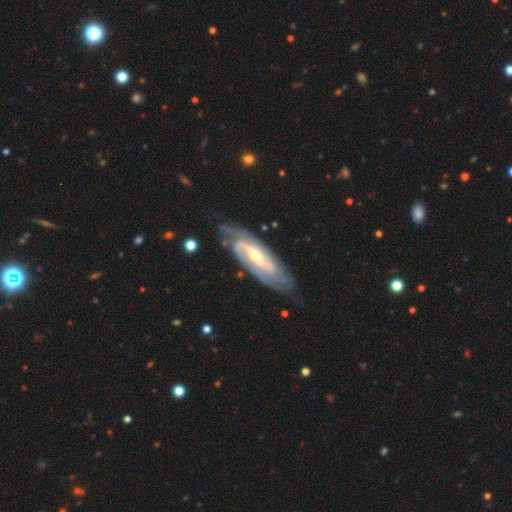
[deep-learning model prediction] The model was most divided on "bar": strong: 42%, weak: 38%, no: 20%. Remaining: spiral arms — yes (97%); edge-on disk — no (89%); smooth or featured — featured or disk (89%); merging — none (73%); spiral arm count — 2 (66%); bulge size — small (56%); spiral winding — tight (48%).